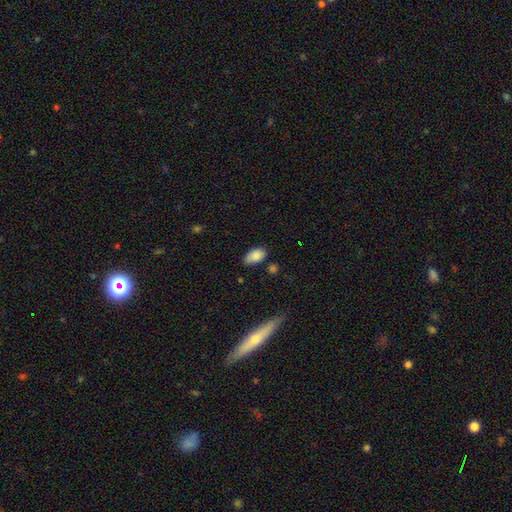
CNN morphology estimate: Smooth or featured? Predicted: smooth (p=0.85). How rounded? Predicted: in between (p=0.93). Merging? Predicted: none (p=0.69).